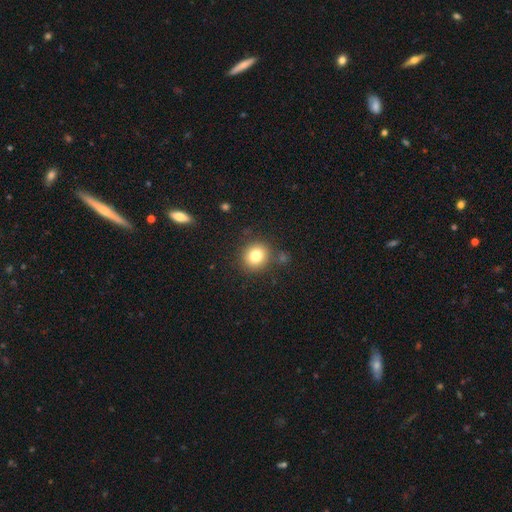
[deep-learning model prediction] Morphology: type=smooth (79%); roundness=round (84%); merging=none (83%).